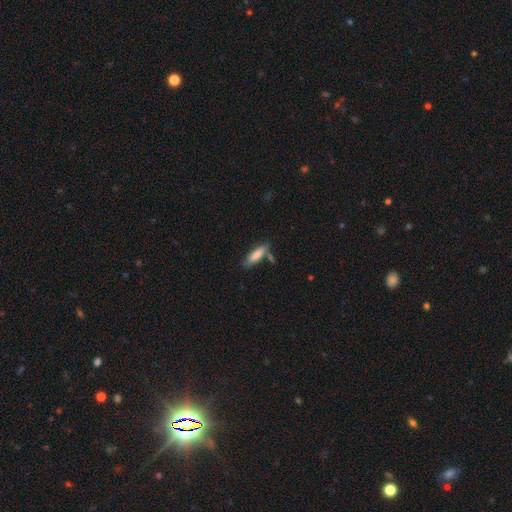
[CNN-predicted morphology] smooth-or-featured: smooth: 81% | featured or disk: 13% | star or artifact: 6%
  how-rounded: cigar-shaped: 52% | in between: 46% | round: 2%
  merging: none: 63% | minor disturbance: 20% | merger: 12% | major disturbance: 5%